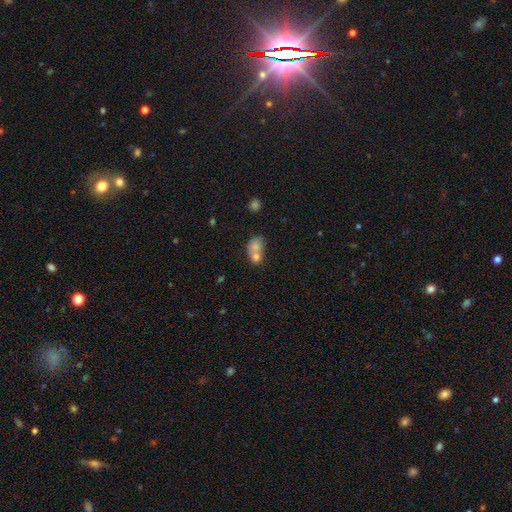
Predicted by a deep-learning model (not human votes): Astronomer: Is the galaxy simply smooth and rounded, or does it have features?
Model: smooth — 71%.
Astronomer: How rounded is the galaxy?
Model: in between — 55% (runner-up: round, 43%).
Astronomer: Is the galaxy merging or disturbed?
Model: merger — 61%.